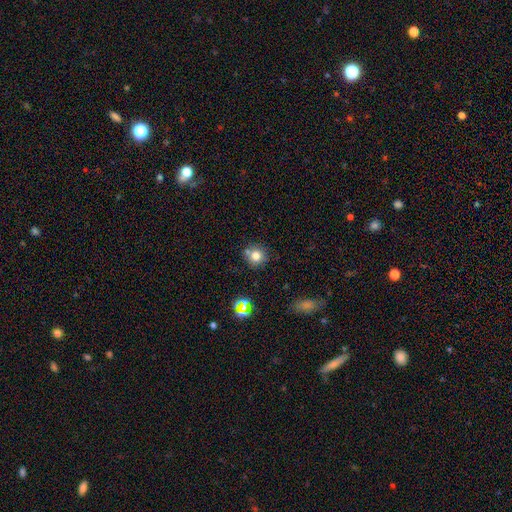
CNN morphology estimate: Overall: smooth (75%). How rounded: round (87%). Merging: none (71%).